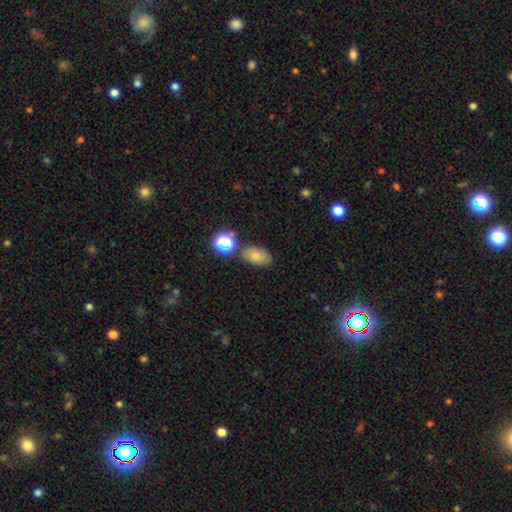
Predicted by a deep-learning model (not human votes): A smooth galaxy with no disk features (71%) that is in between round and cigar-shaped (86%).

Vote fractions:
- Smooth or featured? smooth: 71% / star or artifact: 16% / featured or disk: 13%
- How rounded? in between: 86% / round: 12% / cigar-shaped: 2%
- Merging? none: 70% / minor disturbance: 17% / merger: 9% / major disturbance: 5%